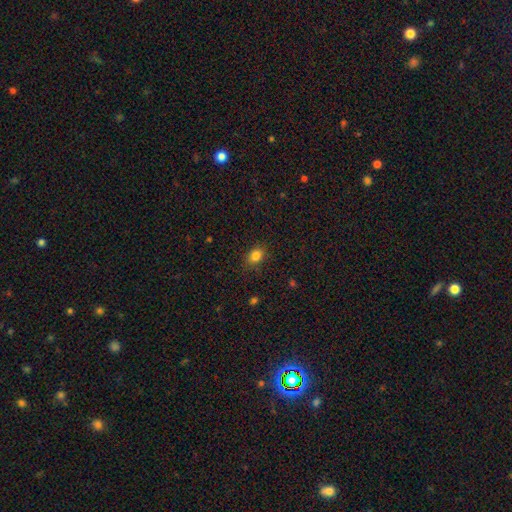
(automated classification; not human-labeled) Smooth or featured? Predicted: smooth (p=0.83). How rounded? Predicted: in between (p=0.59). Merging? Predicted: none (p=0.84).